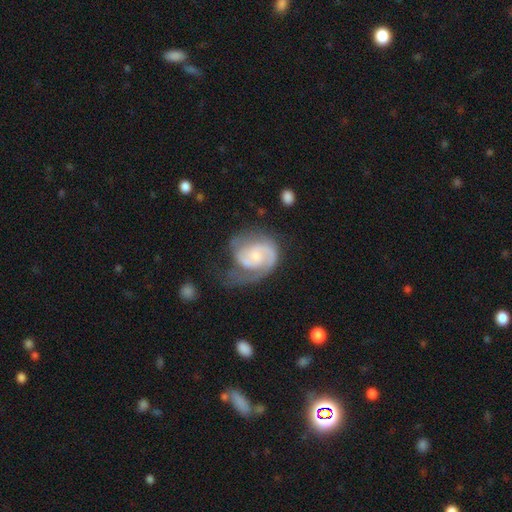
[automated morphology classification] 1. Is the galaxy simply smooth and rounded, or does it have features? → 84% featured or disk, 11% smooth, 5% star or artifact.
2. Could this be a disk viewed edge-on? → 98% no, 2% yes.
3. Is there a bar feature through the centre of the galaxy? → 59% no, 35% weak, 6% strong.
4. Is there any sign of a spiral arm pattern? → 96% yes, 4% no.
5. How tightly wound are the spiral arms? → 43% medium, 42% tight, 15% loose.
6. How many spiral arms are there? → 57% 2, 29% 1, 8% can't tell, 4% 3, 1% 4, 1% more than 4.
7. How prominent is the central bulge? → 55% small, 33% moderate, 7% none, 4% large, 1% dominant.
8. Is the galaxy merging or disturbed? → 43% none, 30% major disturbance, 24% minor disturbance, 3% merger.